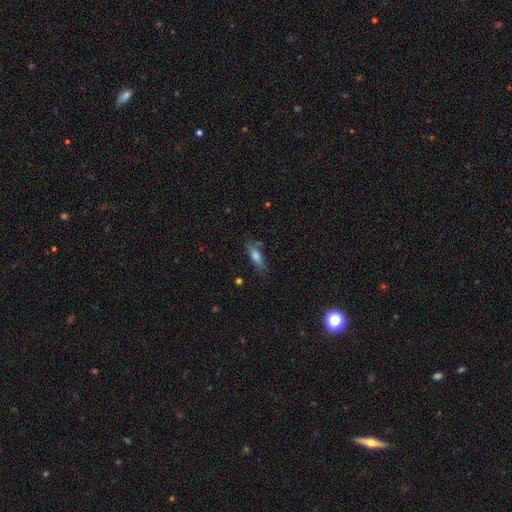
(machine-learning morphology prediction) smooth 75%, featured or disk 18%, star or artifact 7%. Down the decision tree: how rounded — in between (55%); merging — none (70%).